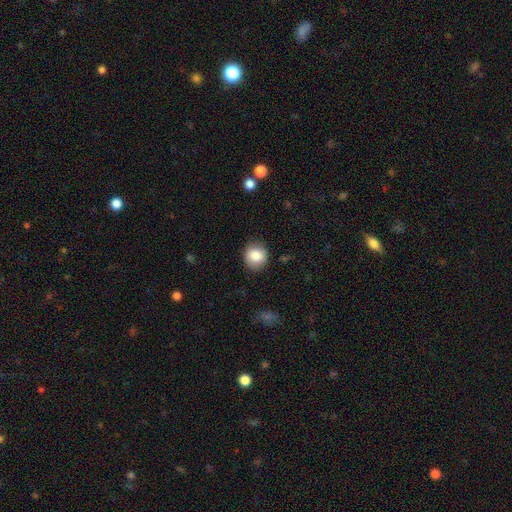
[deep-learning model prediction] Smooth or featured? Predicted: smooth (p=0.85). How rounded? Predicted: round (p=0.85). Merging? Predicted: none (p=0.86).